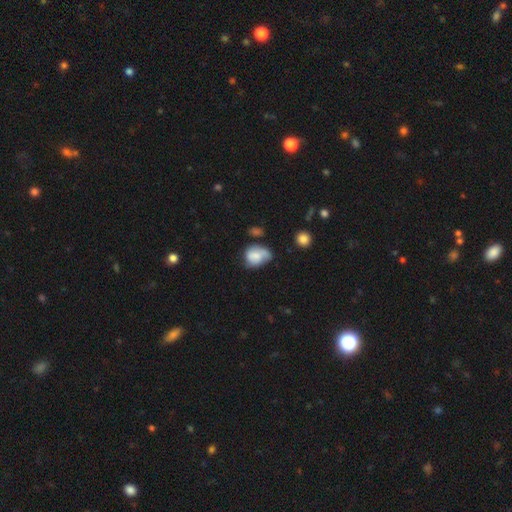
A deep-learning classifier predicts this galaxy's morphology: Overall: smooth (64%; featured or disk 27%). How rounded: in between (54%; round 44%). Merging: minor disturbance (38%; none 34%).